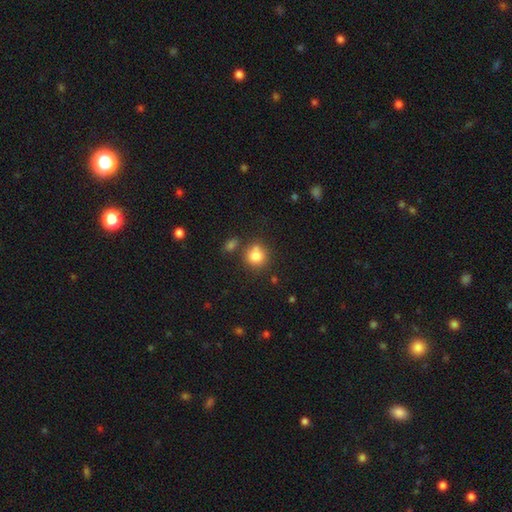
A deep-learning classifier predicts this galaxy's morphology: A smooth galaxy with no disk features (82%) that is round (86%).

Vote fractions:
- Smooth or featured? smooth: 82% / star or artifact: 10% / featured or disk: 8%
- How rounded? round: 86% / in between: 13% / cigar-shaped: 1%
- Merging? none: 67% / minor disturbance: 14% / merger: 14% / major disturbance: 4%